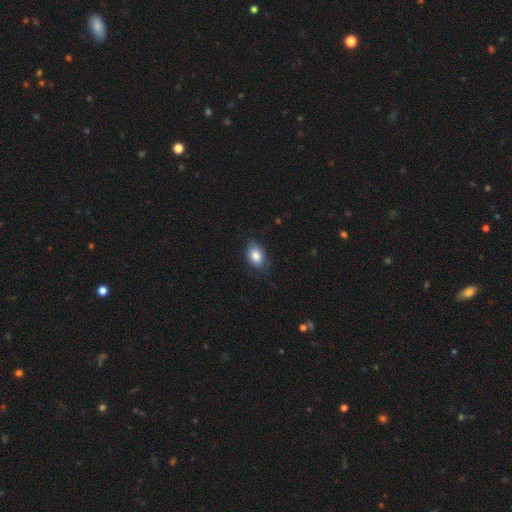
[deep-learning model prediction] Smooth or featured? Predicted: smooth (p=0.85). How rounded? Predicted: in between (p=0.86). Merging? Predicted: none (p=0.81).